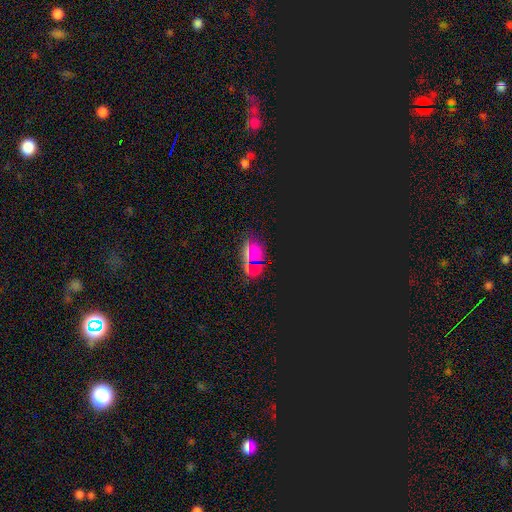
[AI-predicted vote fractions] A star or artifact, not a galaxy (56%).